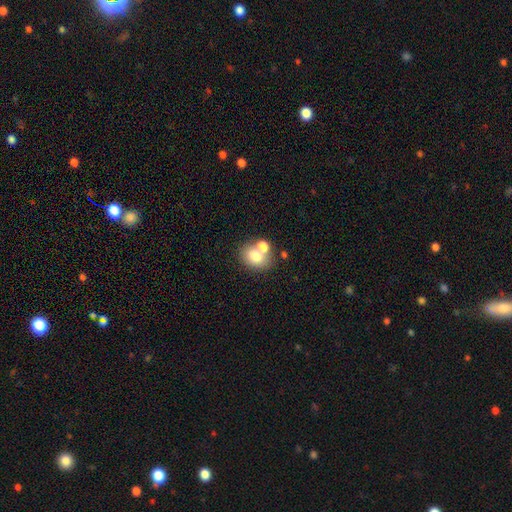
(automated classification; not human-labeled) smooth-or-featured: smooth: 75% | featured or disk: 14% | star or artifact: 10%
  how-rounded: in between: 54% | round: 45% | cigar-shaped: 1%
  merging: none: 50% | merger: 35% | minor disturbance: 10% | major disturbance: 4%